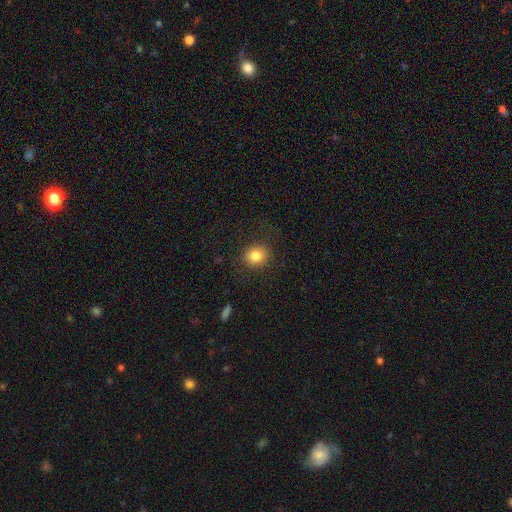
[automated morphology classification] smooth-or-featured: smooth: 83% | star or artifact: 10% | featured or disk: 7%
  how-rounded: round: 73% | in between: 26% | cigar-shaped: 1%
  merging: none: 84% | minor disturbance: 10% | major disturbance: 5% | merger: 1%